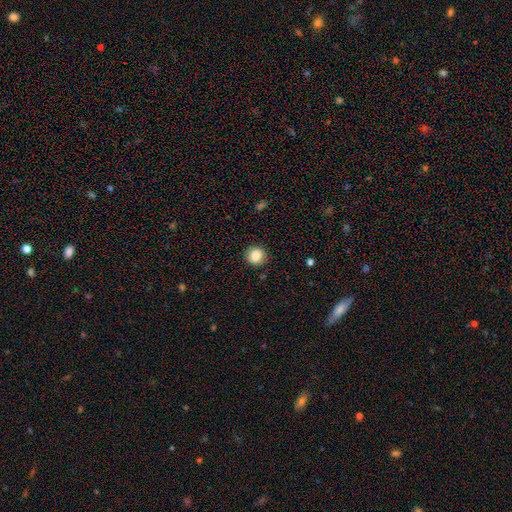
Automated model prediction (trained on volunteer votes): Smooth or featured? smooth (86%)
How rounded? round (87%)
Merging? none (88%)